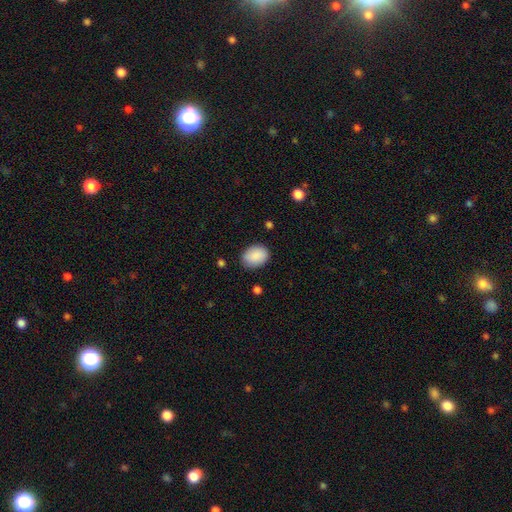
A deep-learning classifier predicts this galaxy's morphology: Q: Smooth or featured?
A: smooth (89%); runner-up: star or artifact (7%)
Q: How rounded?
A: in between (73%); runner-up: round (26%)
Q: Merging?
A: none (83%); runner-up: minor disturbance (13%)